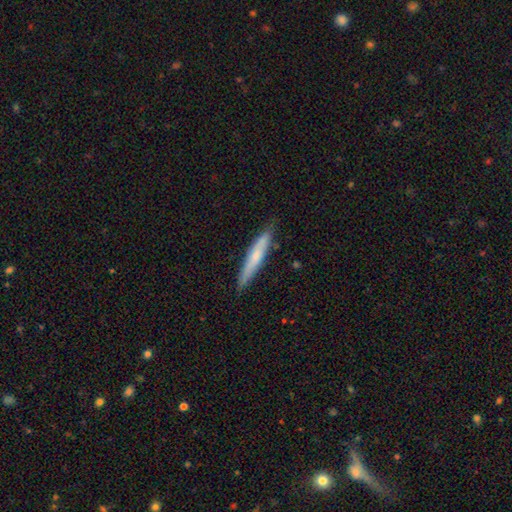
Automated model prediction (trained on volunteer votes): Smooth or featured? Predicted: smooth (p=0.60). How rounded? Predicted: cigar-shaped (p=0.94). Merging? Predicted: none (p=0.85).